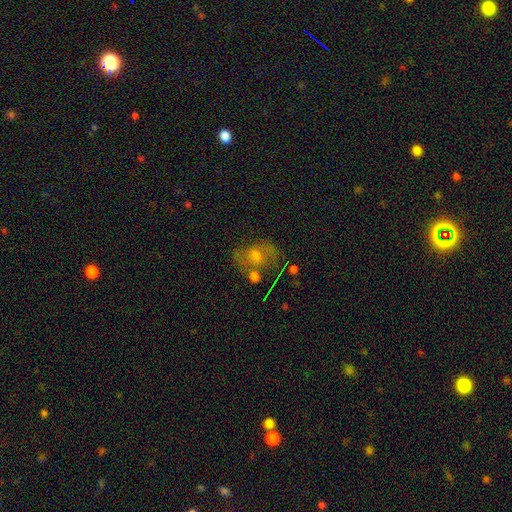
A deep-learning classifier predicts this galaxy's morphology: The model was most divided on "smooth or featured": featured or disk: 49%, smooth: 35%, star or artifact: 16%. More confident: merging — none (52%).